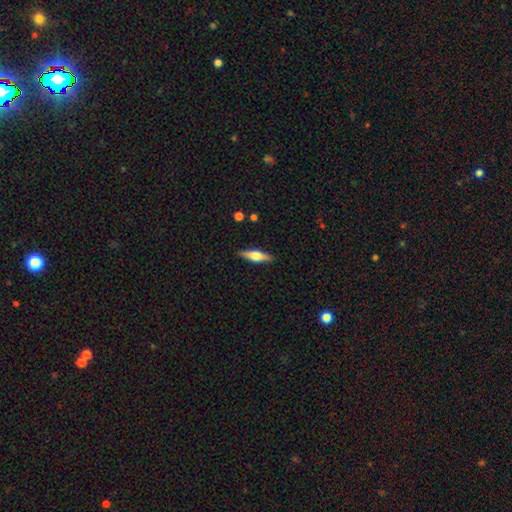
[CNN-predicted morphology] Smooth or featured: featured or disk — 55% (smooth — 39%)
Edge-on disk: yes — 95% (no — 5%)
Edge-on bulge: rounded — 90% (boxy — 7%)
Merging: none — 89% (minor disturbance — 8%)